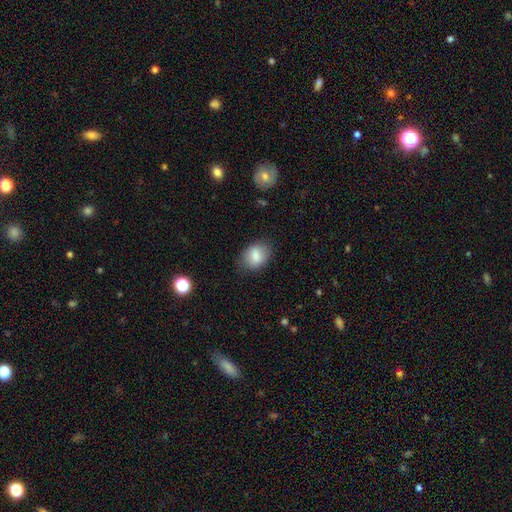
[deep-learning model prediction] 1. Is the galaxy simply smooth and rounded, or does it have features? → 83% smooth, 9% featured or disk, 8% star or artifact.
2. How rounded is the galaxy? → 71% in between, 27% round, 1% cigar-shaped.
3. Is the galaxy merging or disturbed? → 79% none, 15% minor disturbance, 4% major disturbance, 1% merger.